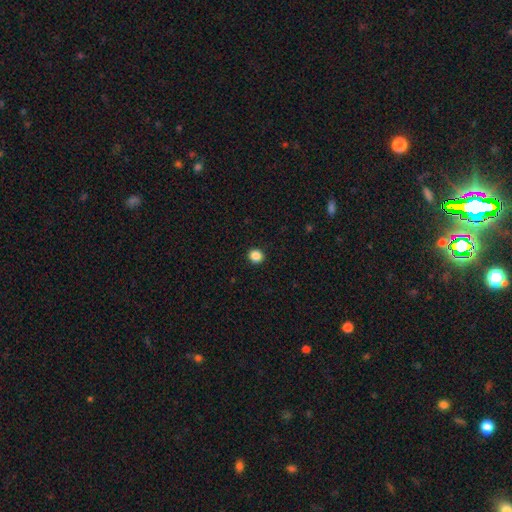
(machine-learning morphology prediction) Smooth or featured: smooth — 87% (star or artifact — 10%)
How rounded: round — 88% (in between — 11%)
Merging: none — 93% (minor disturbance — 4%)